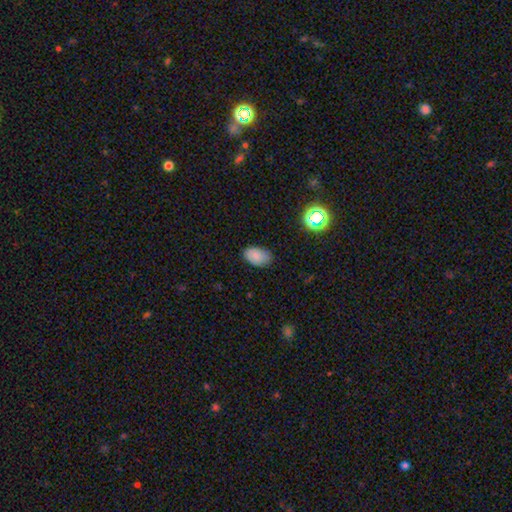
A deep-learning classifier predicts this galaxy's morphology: Smooth or featured? Predicted: smooth (p=0.83). How rounded? Predicted: in between (p=0.90). Merging? Predicted: none (p=0.81).